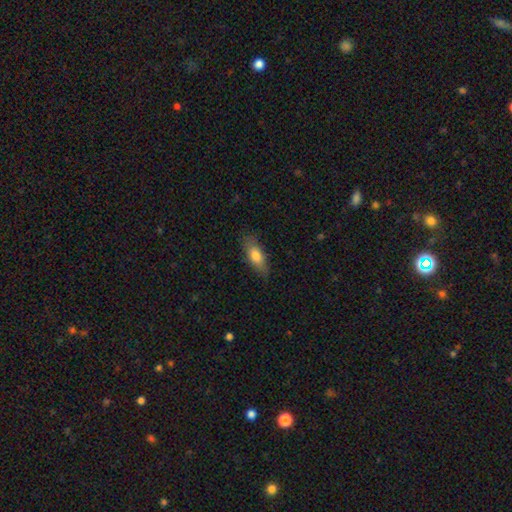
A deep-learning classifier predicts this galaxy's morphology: Smooth or featured?
  - smooth: 76% *
  - featured or disk: 18%
  - star or artifact: 7%
How rounded?
  - in between: 69% *
  - cigar-shaped: 29%
  - round: 3%
Merging?
  - none: 80% *
  - minor disturbance: 15%
  - major disturbance: 4%
  - merger: 1%